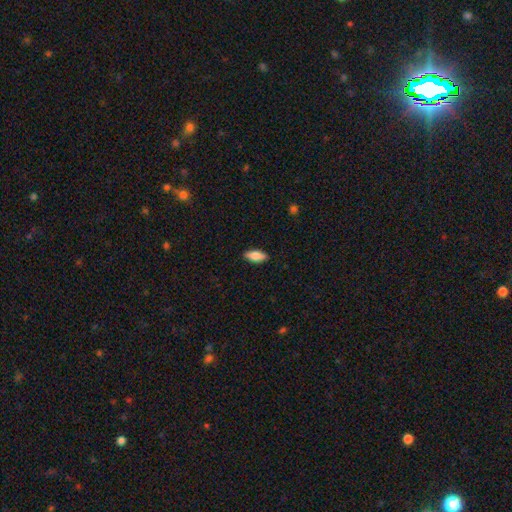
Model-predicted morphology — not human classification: This is clearly a smooth galaxy (81%). How rounded: likely in between (78%). Merging: clearly none (89%).